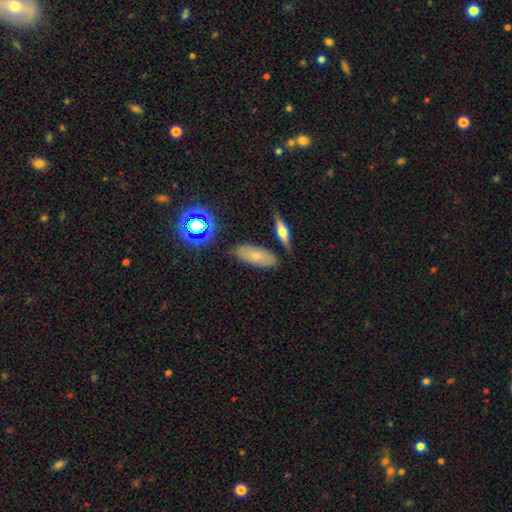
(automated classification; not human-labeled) Smooth or featured?
  - smooth: 66% *
  - featured or disk: 22%
  - star or artifact: 12%
How rounded?
  - in between: 79% *
  - cigar-shaped: 17%
  - round: 4%
Merging?
  - none: 80% *
  - minor disturbance: 12%
  - merger: 5%
  - major disturbance: 3%